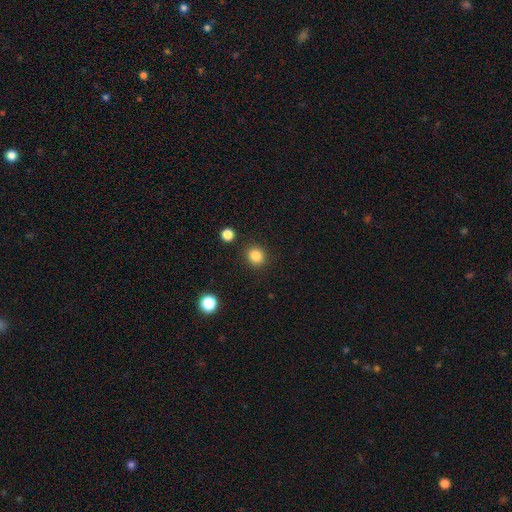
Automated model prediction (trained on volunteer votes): This appears to be a smooth galaxy with no disk features (85%) that is round (87%). Merging: none (90%).